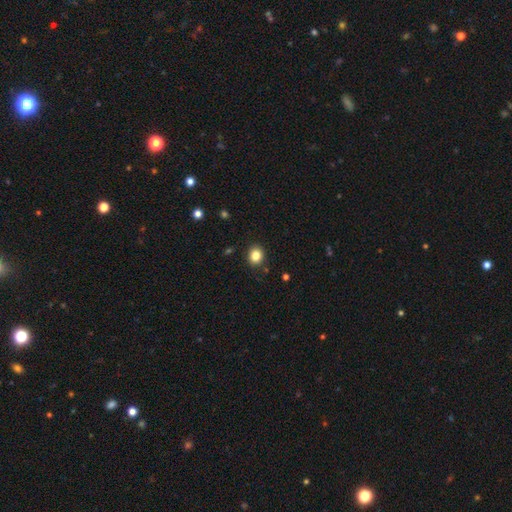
Morphology: type=smooth (79%); roundness=round (55%); merging=none (88%).